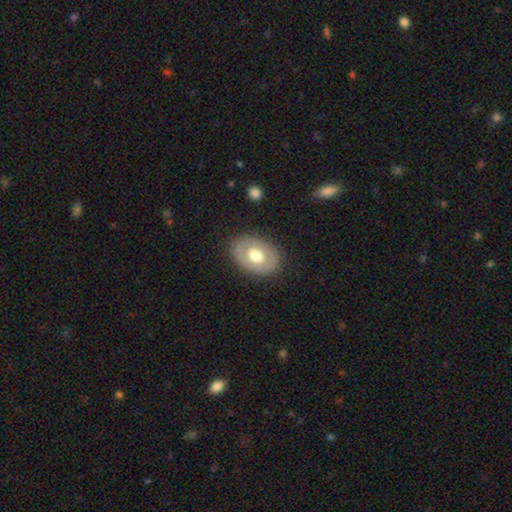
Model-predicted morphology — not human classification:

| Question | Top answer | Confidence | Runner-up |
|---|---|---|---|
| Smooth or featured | smooth | 51% | featured or disk (43%) |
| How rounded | in between | 73% | round (26%) |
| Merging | none | 84% | minor disturbance (11%) |